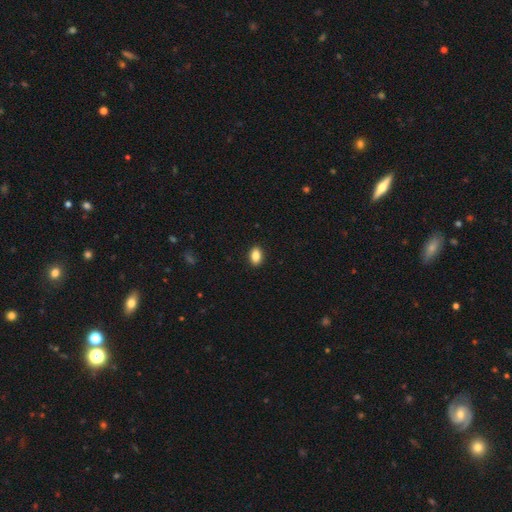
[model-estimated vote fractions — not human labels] smooth-or-featured: smooth: 87% | star or artifact: 8% | featured or disk: 5%
  how-rounded: in between: 85% | round: 13% | cigar-shaped: 2%
  merging: none: 91% | minor disturbance: 7% | major disturbance: 2% | merger: 1%